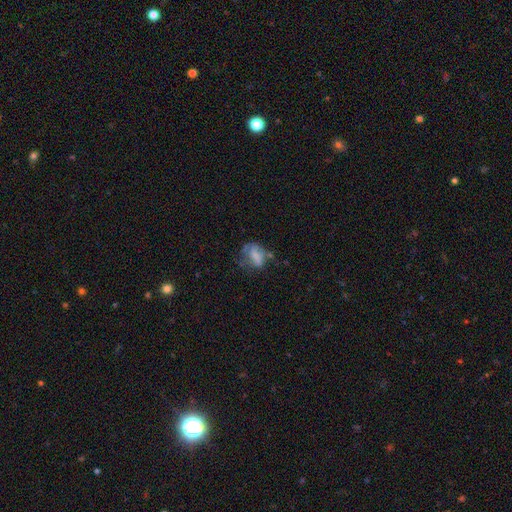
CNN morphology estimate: type=smooth (60%); roundness=in between (74%); merging=none (36%).